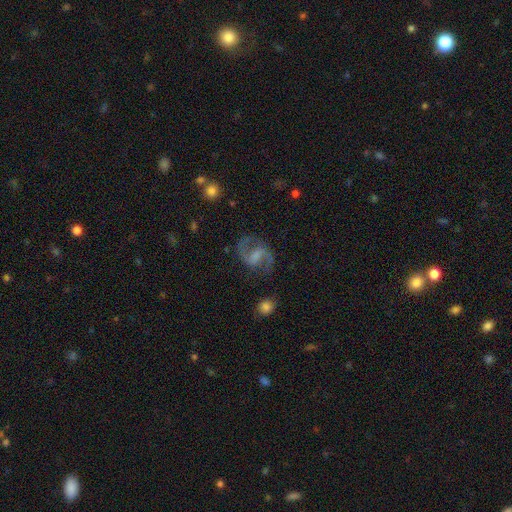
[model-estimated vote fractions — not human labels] A featured or disk galaxy (89%) with a weak bar (54%), 2 (94%) medium (58%) spiral arms (97%) and a small central bulge (38%). Merging: none (80%).